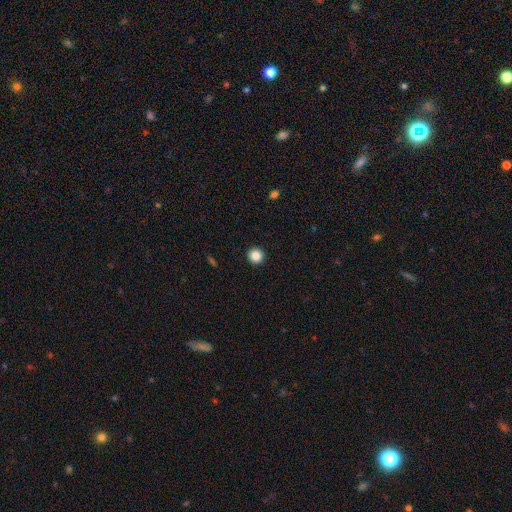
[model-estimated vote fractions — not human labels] smooth_or_featured: smooth (p=0.86) [alt: star or artifact p=0.10]
how_rounded: round (p=0.95) [alt: in between p=0.04]
merging: none (p=0.94) [alt: minor disturbance p=0.04]